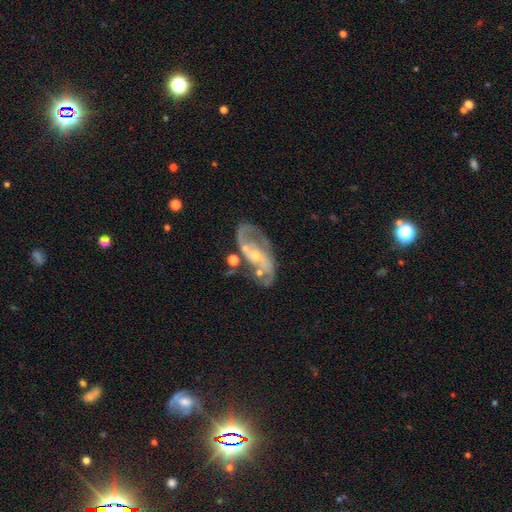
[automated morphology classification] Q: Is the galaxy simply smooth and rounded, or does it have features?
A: featured or disk — 87%.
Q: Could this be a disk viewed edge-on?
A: no — 96%.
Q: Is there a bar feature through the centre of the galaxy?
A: no — 49%.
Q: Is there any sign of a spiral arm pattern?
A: yes — 93%.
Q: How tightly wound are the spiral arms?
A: medium — 47%.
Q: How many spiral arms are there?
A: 2 — 84%.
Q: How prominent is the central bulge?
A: small — 66%.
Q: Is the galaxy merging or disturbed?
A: none — 53%.